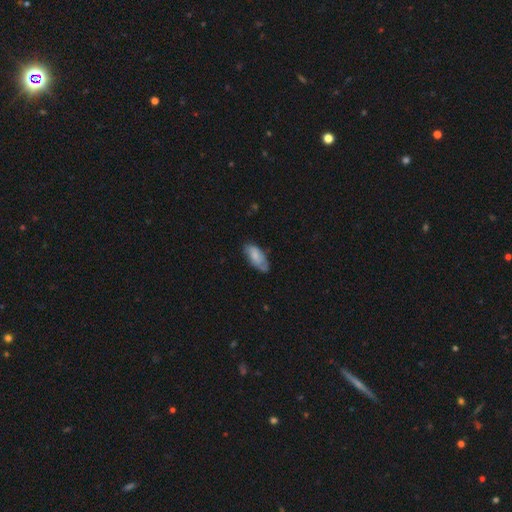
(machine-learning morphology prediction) This appears to be a smooth galaxy with no disk features (68%) that is in between round and cigar-shaped (88%). Merging: none (59%).